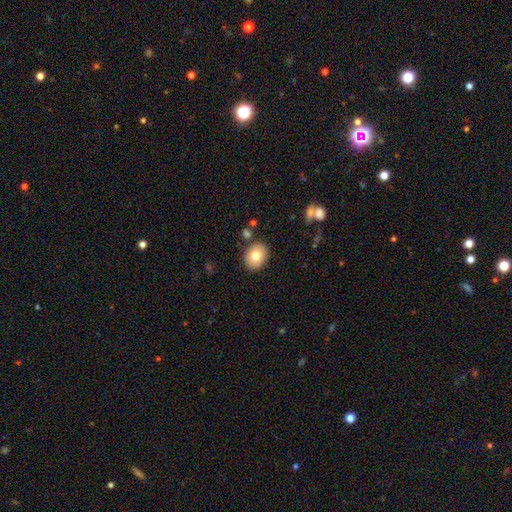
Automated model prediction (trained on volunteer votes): Smooth or featured?
  - smooth: 78% *
  - featured or disk: 14%
  - star or artifact: 8%
How rounded?
  - in between: 55% *
  - round: 44%
  - cigar-shaped: 1%
Merging?
  - none: 85% *
  - minor disturbance: 9%
  - merger: 3%
  - major disturbance: 2%